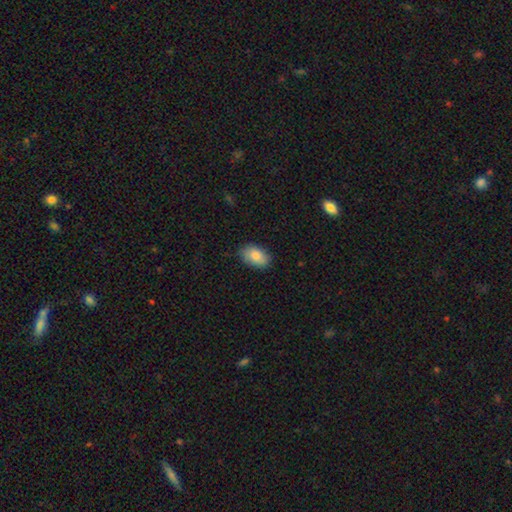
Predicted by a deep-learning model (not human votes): Morphology: type=smooth (83%); roundness=in between (90%); merging=none (83%).